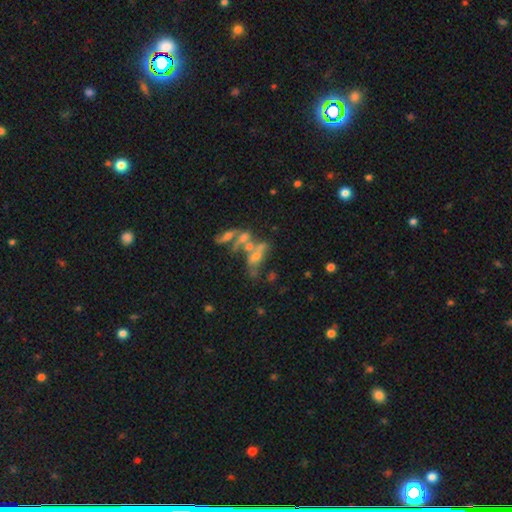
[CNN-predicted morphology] smooth_or_featured: featured or disk (p=0.51) [alt: smooth p=0.27]
disk_edge_on: no (p=0.81) [alt: yes p=0.19]
merging: merger (p=0.53) [alt: none p=0.22]